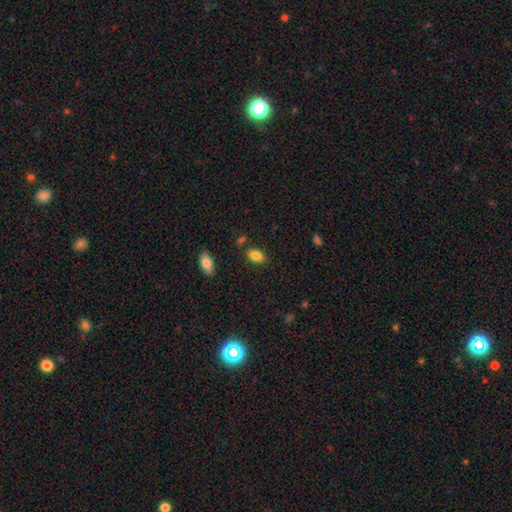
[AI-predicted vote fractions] Smooth or featured?
  - smooth: 85% *
  - star or artifact: 8%
  - featured or disk: 7%
How rounded?
  - in between: 90% *
  - round: 7%
  - cigar-shaped: 3%
Merging?
  - none: 80% *
  - minor disturbance: 12%
  - merger: 5%
  - major disturbance: 3%